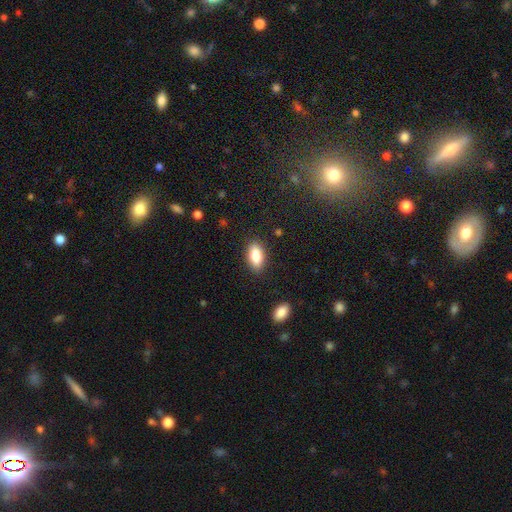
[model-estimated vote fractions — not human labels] This is clearly a smooth galaxy (85%). How rounded: clearly in between (91%). Merging: clearly none (87%).